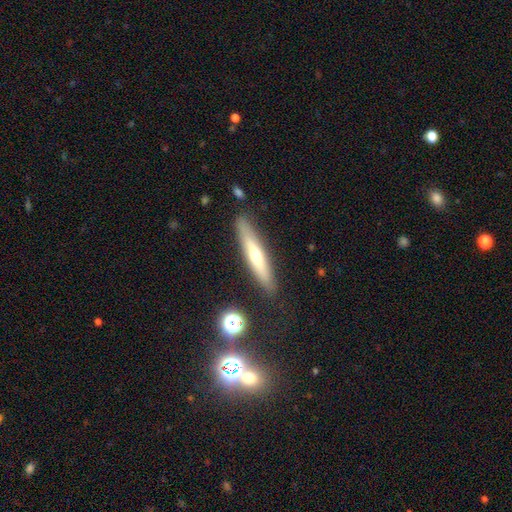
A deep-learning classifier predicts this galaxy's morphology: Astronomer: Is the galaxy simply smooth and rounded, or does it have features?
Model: smooth — 46%, tied with featured or disk at 46%.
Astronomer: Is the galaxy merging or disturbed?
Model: none — 87%.